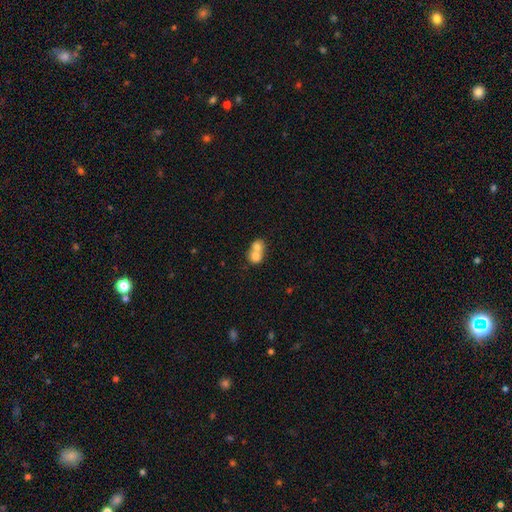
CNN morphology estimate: Smooth or featured? smooth (72%)
How rounded? round (64%)
Merging? merger (73%)